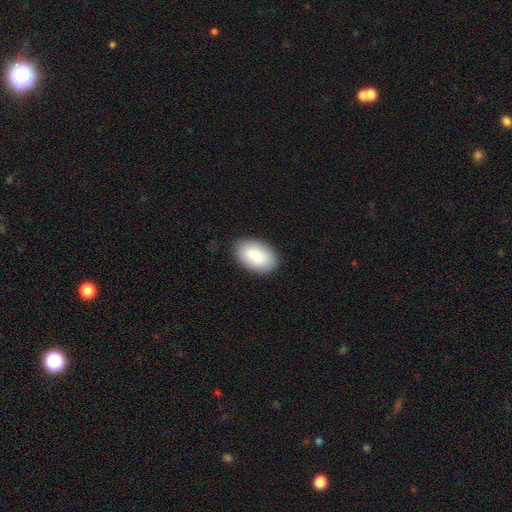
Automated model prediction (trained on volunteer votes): Smooth or featured: smooth — 89% (star or artifact — 6%)
How rounded: in between — 94% (round — 5%)
Merging: none — 86% (minor disturbance — 10%)